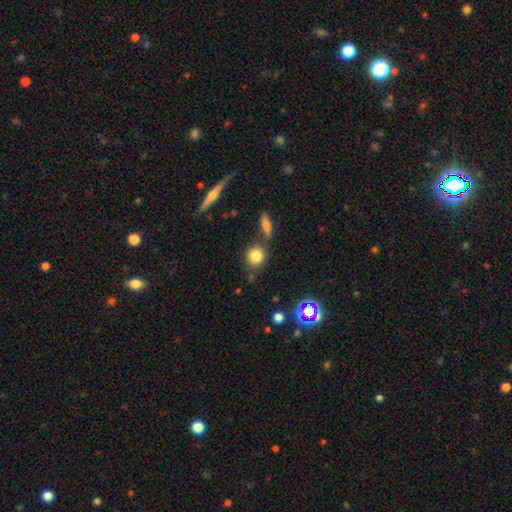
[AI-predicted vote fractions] Q: Smooth or featured?
A: smooth (81%); runner-up: star or artifact (11%)
Q: How rounded?
A: round (82%); runner-up: in between (16%)
Q: Merging?
A: none (70%); runner-up: merger (14%)